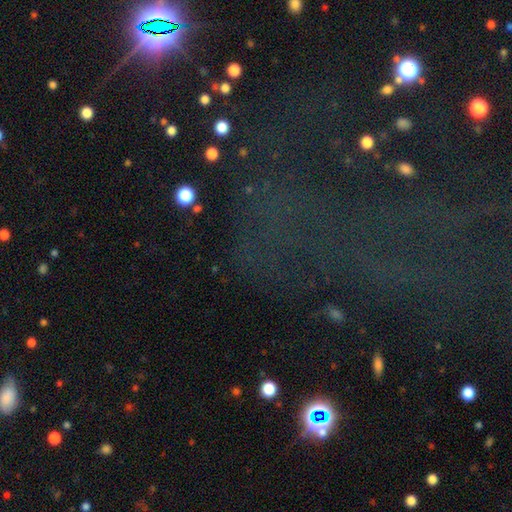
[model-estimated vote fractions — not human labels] This is likely a star or artifact rather than a galaxy (75%).